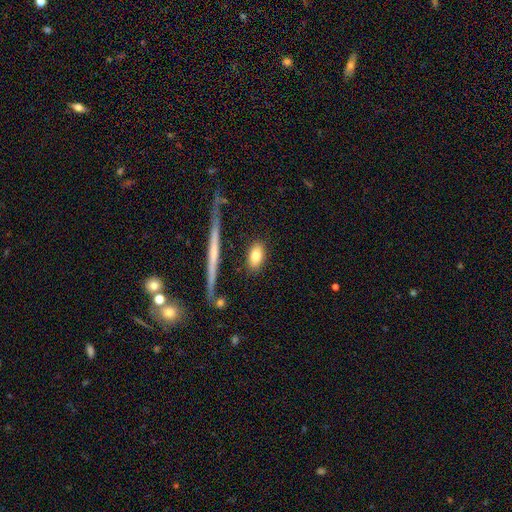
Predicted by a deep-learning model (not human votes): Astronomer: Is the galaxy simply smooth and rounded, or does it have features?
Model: smooth — 80%.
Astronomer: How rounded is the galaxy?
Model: in between — 82%.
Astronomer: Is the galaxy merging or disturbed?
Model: none — 83%.